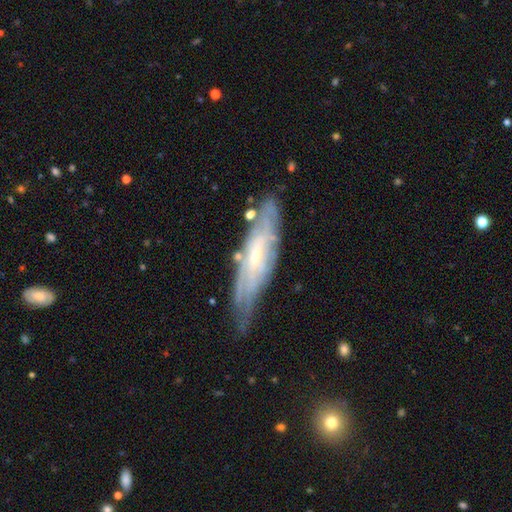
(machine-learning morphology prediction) featured or disk 73%, smooth 20%, star or artifact 7%. Down the decision tree: edge-on disk — no (62%); merging — none (67%).